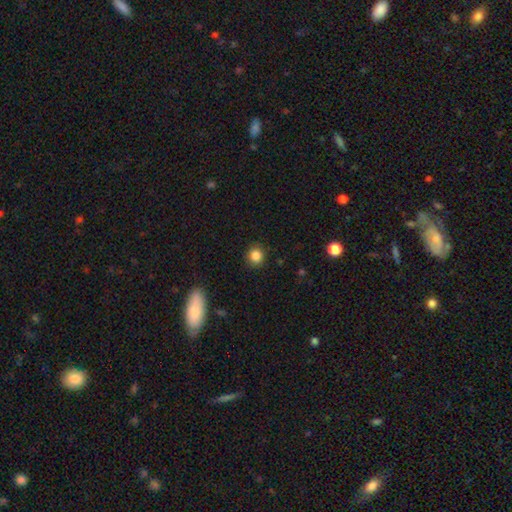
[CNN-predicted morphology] Q: Smooth or featured?
A: smooth (85%); runner-up: star or artifact (11%)
Q: How rounded?
A: round (88%); runner-up: in between (11%)
Q: Merging?
A: none (89%); runner-up: minor disturbance (7%)